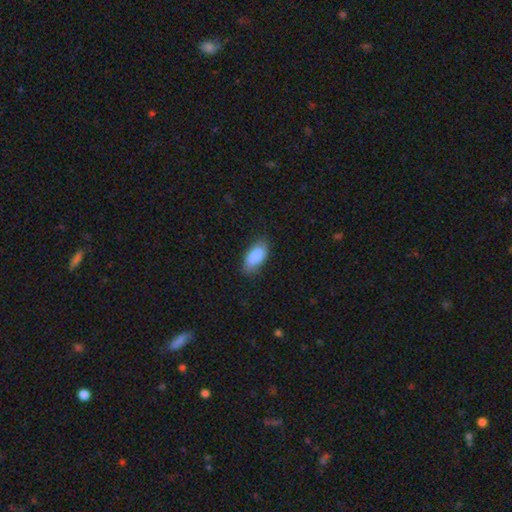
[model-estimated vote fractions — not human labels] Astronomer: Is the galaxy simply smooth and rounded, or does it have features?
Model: smooth — 87%.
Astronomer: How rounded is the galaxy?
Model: in between — 92%.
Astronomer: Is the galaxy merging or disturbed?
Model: none — 70%.